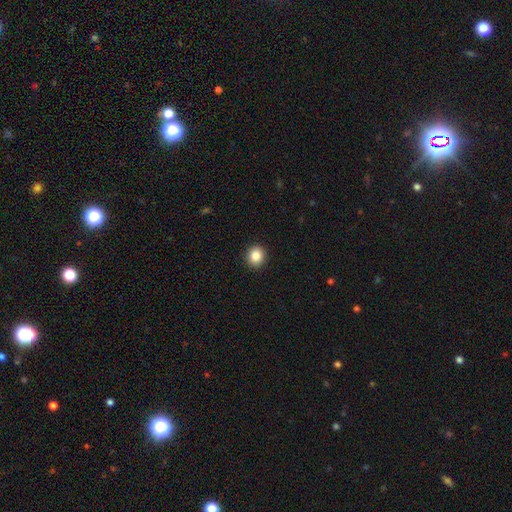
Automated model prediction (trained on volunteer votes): A smooth galaxy with no disk features (85%) that is round (83%). Merging: none (92%).